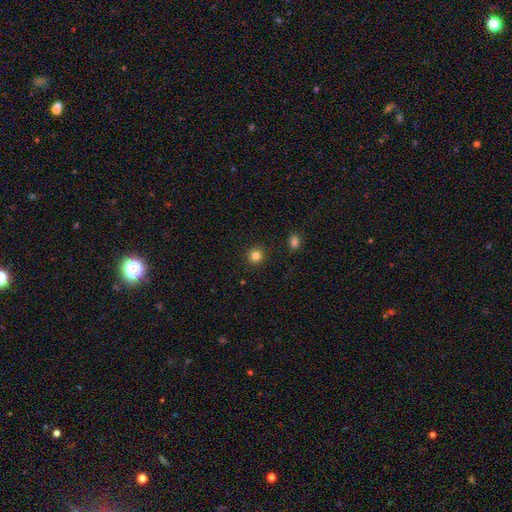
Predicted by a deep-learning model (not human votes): The model was most divided on "smooth or featured": smooth: 83%, star or artifact: 12%, featured or disk: 5%. More confident: how rounded — round (93%); merging — none (92%).